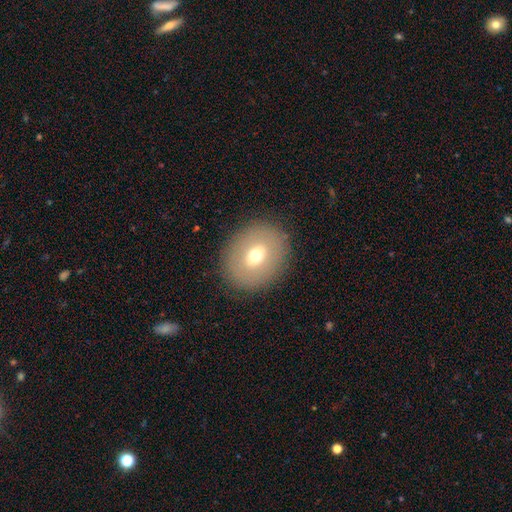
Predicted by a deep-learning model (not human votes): Smooth or featured? Predicted: smooth (p=0.62). How rounded? Predicted: round (p=0.60). Merging? Predicted: none (p=0.89).